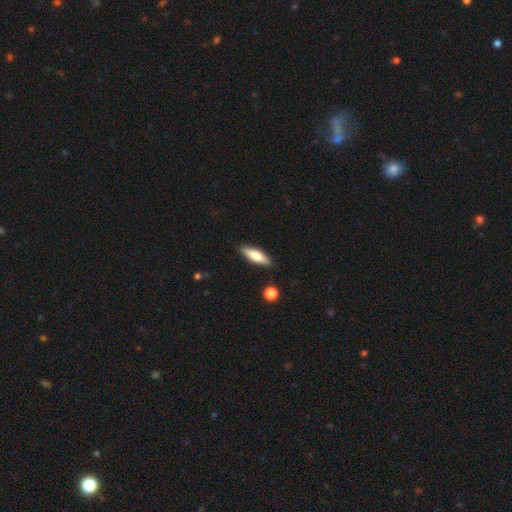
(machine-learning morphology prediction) Smooth or featured? smooth (70%)
How rounded? cigar-shaped (53%)
Merging? none (87%)